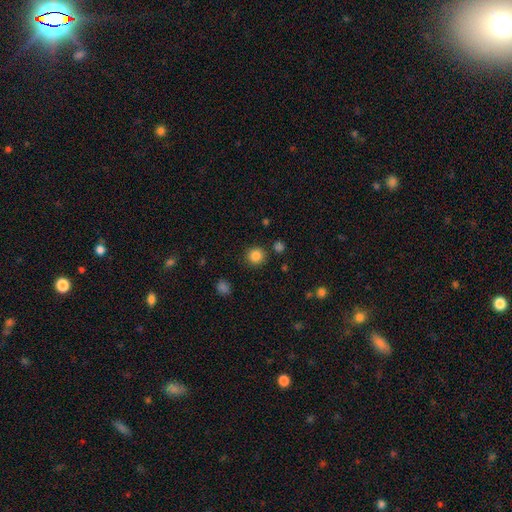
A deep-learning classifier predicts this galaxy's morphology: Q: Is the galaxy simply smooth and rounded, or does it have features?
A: smooth — 85%.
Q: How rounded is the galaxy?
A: round — 93%.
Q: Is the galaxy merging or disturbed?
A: none — 88%.